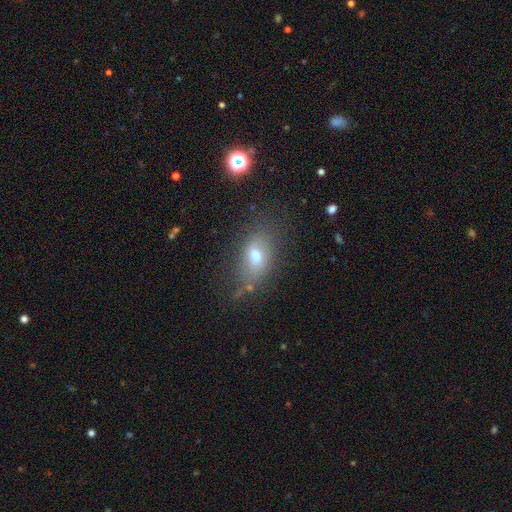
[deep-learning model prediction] Q: Smooth or featured?
A: smooth (67%); runner-up: featured or disk (20%)
Q: How rounded?
A: in between (83%); runner-up: round (13%)
Q: Merging?
A: none (69%); runner-up: minor disturbance (19%)